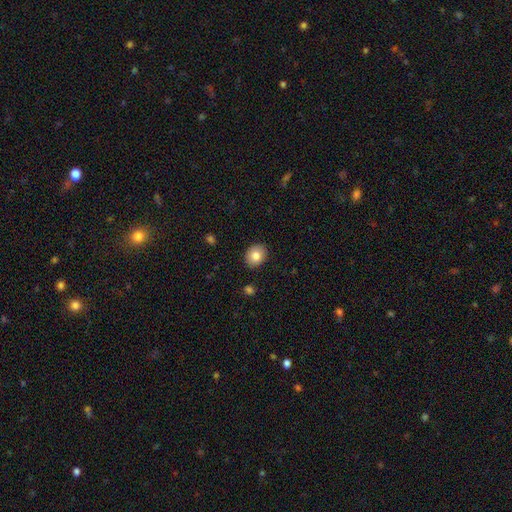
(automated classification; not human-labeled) This is clearly a smooth galaxy (82%). How rounded: possibly round (52%). Merging: clearly none (89%).